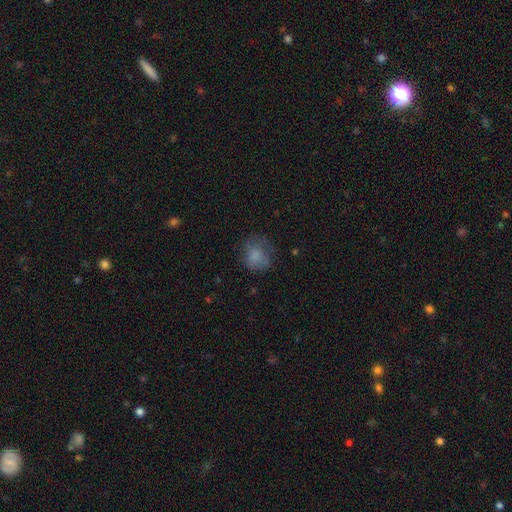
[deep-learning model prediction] Q: Smooth or featured?
A: smooth (75%); runner-up: featured or disk (15%)
Q: How rounded?
A: round (74%); runner-up: in between (25%)
Q: Merging?
A: none (59%); runner-up: minor disturbance (24%)